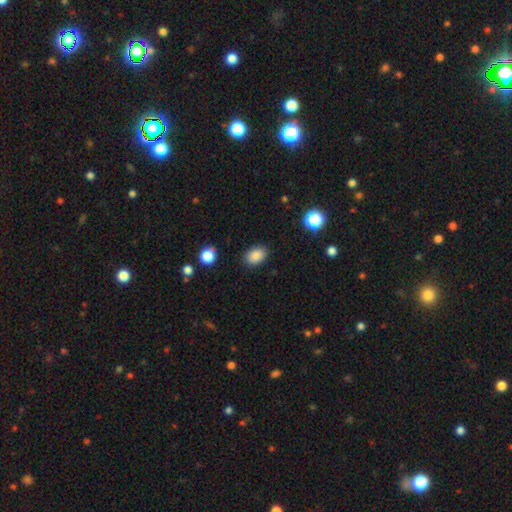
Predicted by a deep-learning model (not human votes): Morphology: type=smooth (87%); roundness=in between (78%); merging=none (86%).